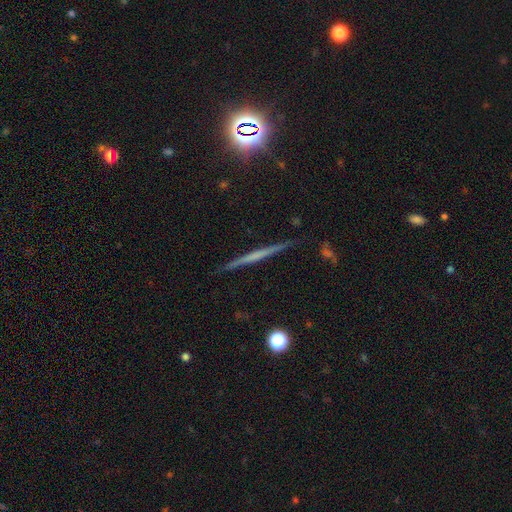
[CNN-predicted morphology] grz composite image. It shows a featured or disk galaxy (60%) viewed edge-on (97%) with no central bulge (79%). Merging: none (90%).